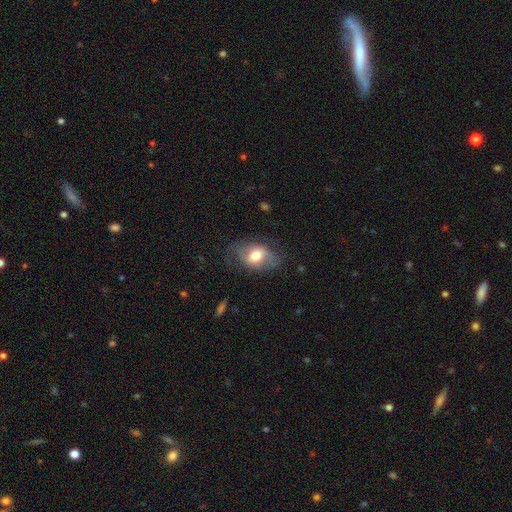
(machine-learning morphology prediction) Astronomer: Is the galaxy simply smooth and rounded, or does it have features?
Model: smooth — 58% (runner-up: featured or disk, 34%).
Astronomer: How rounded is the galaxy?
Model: in between — 80%.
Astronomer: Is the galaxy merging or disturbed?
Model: none — 62%.